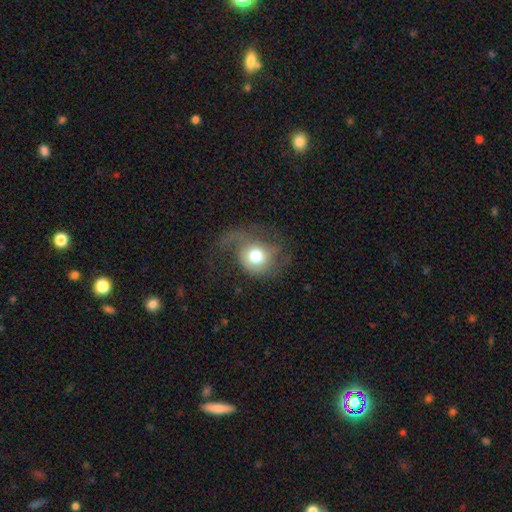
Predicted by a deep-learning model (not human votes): Smooth or featured? smooth (54%)
How rounded? round (76%)
Merging? major disturbance (42%)